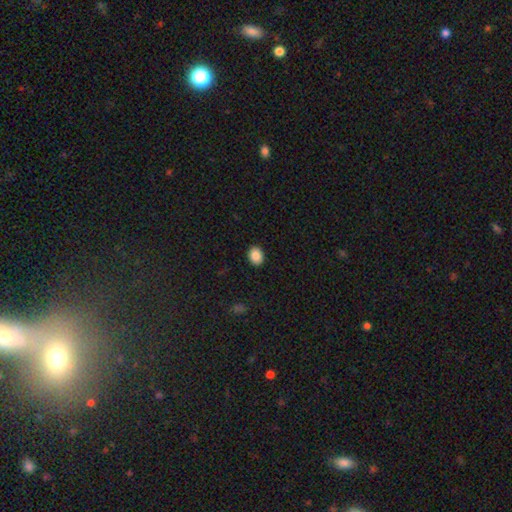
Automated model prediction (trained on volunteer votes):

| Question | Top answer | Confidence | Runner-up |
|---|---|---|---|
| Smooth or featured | smooth | 88% | star or artifact (8%) |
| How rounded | in between | 57% | round (43%) |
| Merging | none | 91% | minor disturbance (6%) |